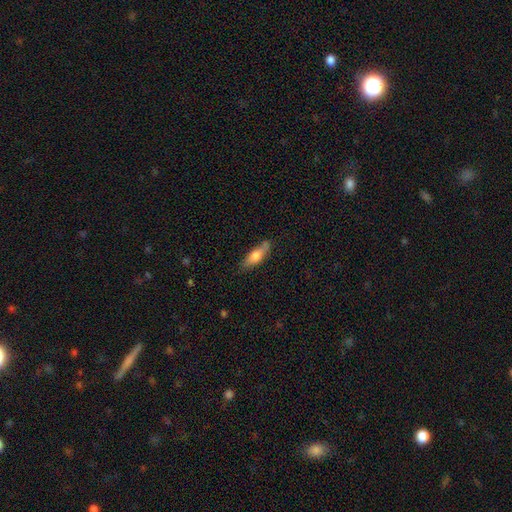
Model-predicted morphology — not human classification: type=smooth (67%); roundness=in between (53%); merging=none (70%).